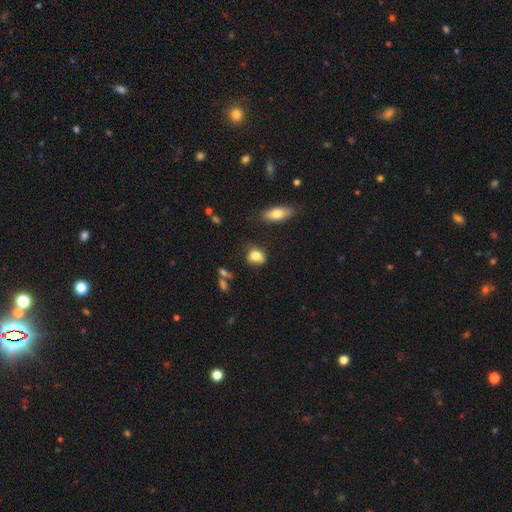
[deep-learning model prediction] Smooth or featured: smooth — 82% (star or artifact — 9%)
How rounded: in between — 58% (round — 39%)
Merging: none — 58% (minor disturbance — 28%)